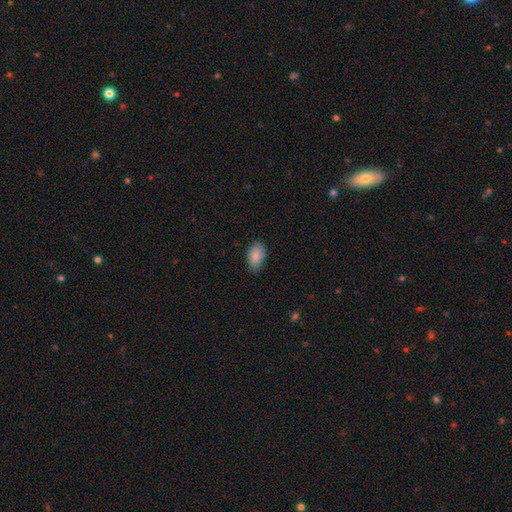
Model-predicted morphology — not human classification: A smooth galaxy with no disk features (87%) that is in between round and cigar-shaped (91%). Merging: none (77%).